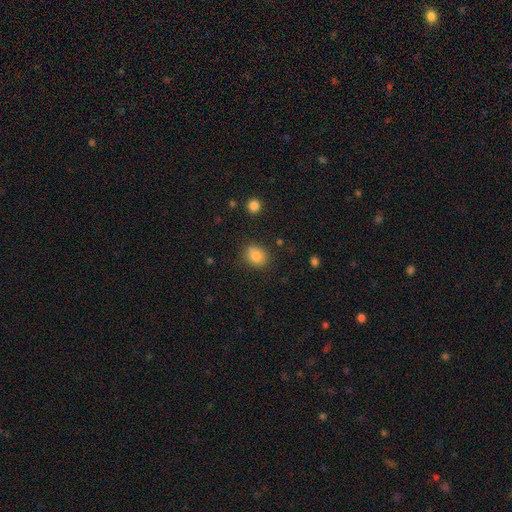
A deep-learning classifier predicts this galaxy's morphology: type=smooth (83%); roundness=round (55%); merging=none (81%).